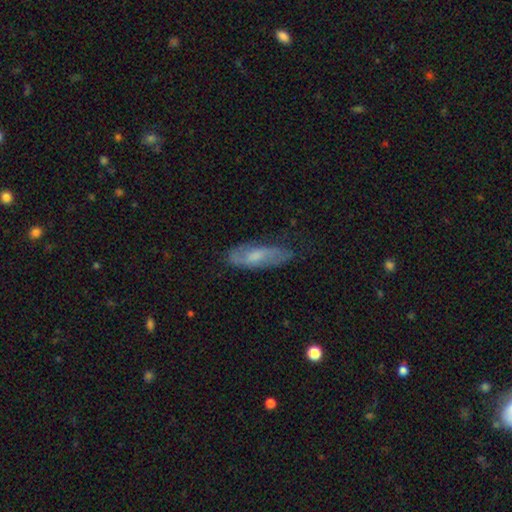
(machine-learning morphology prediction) smooth-or-featured: featured or disk: 50% | smooth: 43% | star or artifact: 7%
  disk-edge-on: no: 81% | yes: 19%
  merging: none: 69% | minor disturbance: 23% | major disturbance: 6% | merger: 2%